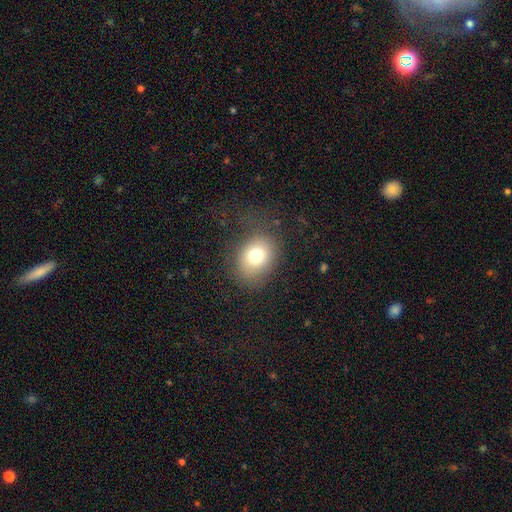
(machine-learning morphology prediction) Smooth or featured?
  - smooth: 74% *
  - featured or disk: 13%
  - star or artifact: 13%
How rounded?
  - in between: 50% *
  - round: 49%
  - cigar-shaped: 1%
Merging?
  - none: 73% *
  - minor disturbance: 16%
  - major disturbance: 10%
  - merger: 1%